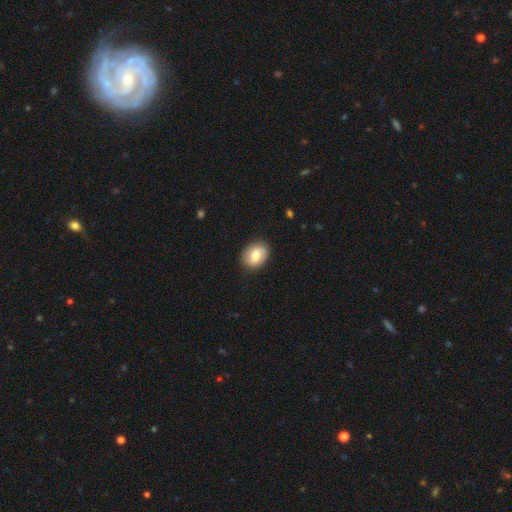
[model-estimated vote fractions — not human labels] Smooth or featured? smooth (71%)
How rounded? in between (60%)
Merging? none (87%)